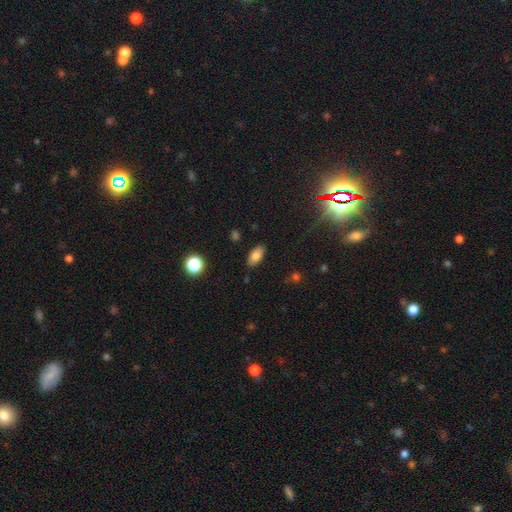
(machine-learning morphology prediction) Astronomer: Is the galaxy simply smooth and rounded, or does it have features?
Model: smooth — 79%.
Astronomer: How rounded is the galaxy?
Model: in between — 89%.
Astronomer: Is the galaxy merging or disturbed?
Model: none — 86%.